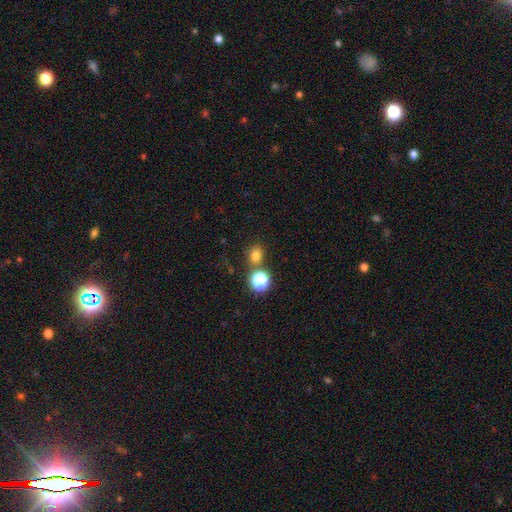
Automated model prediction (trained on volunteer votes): smooth-or-featured: smooth: 75% | star or artifact: 19% | featured or disk: 6%
  how-rounded: round: 72% | in between: 27% | cigar-shaped: 1%
  merging: none: 75% | merger: 13% | minor disturbance: 9% | major disturbance: 3%